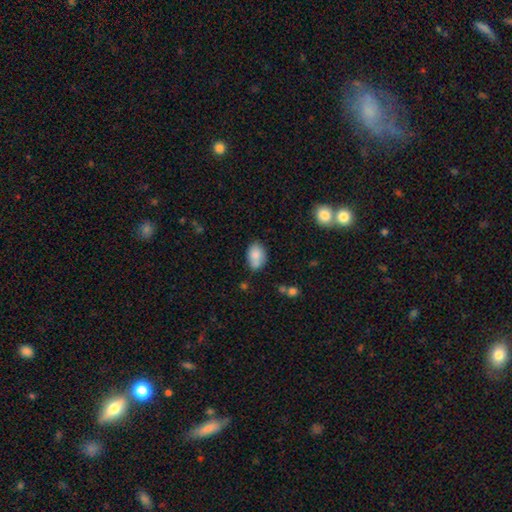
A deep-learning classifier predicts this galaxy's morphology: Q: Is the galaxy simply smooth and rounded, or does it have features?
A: smooth — 82%.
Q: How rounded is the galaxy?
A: in between — 84%.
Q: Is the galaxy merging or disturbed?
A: none — 59%.